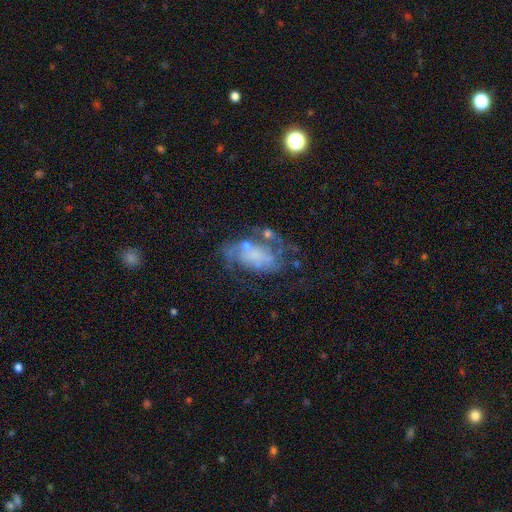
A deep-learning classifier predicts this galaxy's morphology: The model was most divided on "merging": none: 38%, major disturbance: 32%, minor disturbance: 20%, merger: 9%. Remaining: edge-on disk — no (97%); smooth or featured — featured or disk (68%); spiral arms — yes (68%); bar — no (67%); bulge size — none (45%).